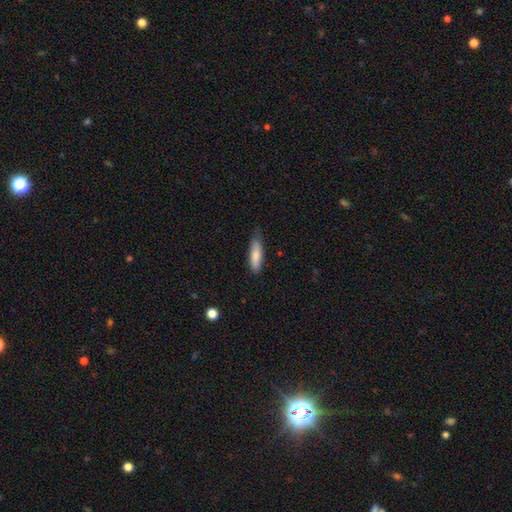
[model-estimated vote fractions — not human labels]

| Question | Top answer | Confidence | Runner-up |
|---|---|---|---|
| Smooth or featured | smooth | 80% | featured or disk (14%) |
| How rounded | cigar-shaped | 58% | in between (40%) |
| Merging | none | 70% | minor disturbance (25%) |